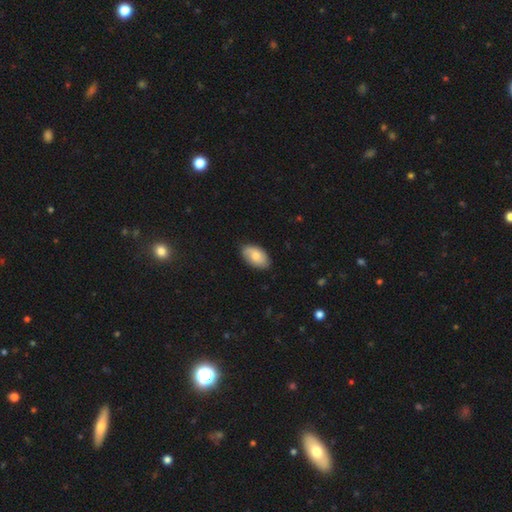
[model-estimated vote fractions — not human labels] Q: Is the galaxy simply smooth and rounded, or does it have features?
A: smooth — 72%.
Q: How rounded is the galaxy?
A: in between — 94%.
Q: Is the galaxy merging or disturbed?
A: none — 80%.